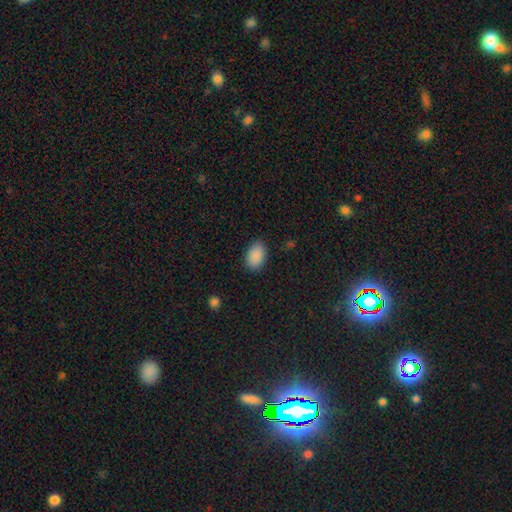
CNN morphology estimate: smooth-or-featured: smooth: 89% | star or artifact: 8% | featured or disk: 3%
  how-rounded: in between: 89% | round: 10% | cigar-shaped: 1%
  merging: none: 85% | minor disturbance: 12% | major disturbance: 3% | merger: 1%